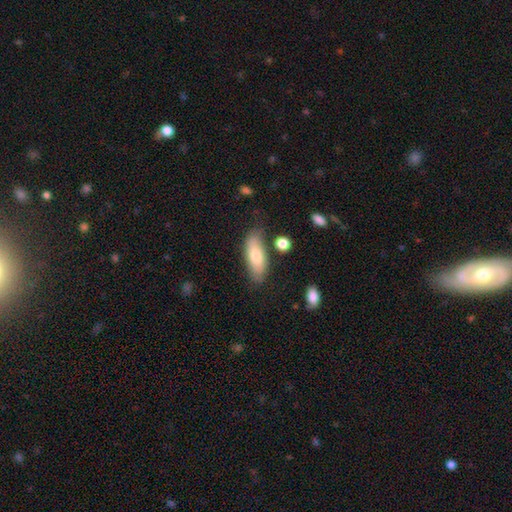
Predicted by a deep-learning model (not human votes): Smooth or featured: smooth — 73% (featured or disk — 21%)
How rounded: in between — 74% (cigar-shaped — 24%)
Merging: none — 73% (minor disturbance — 18%)